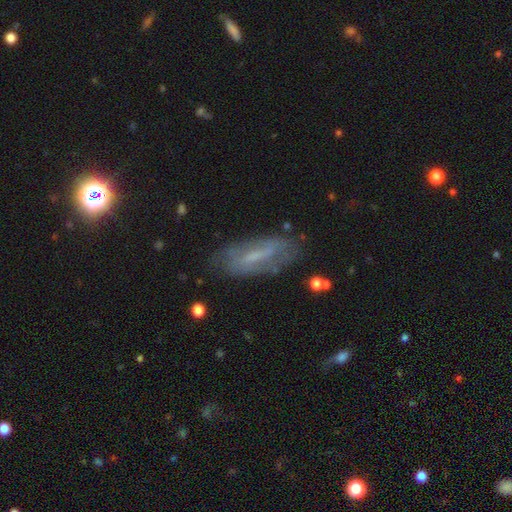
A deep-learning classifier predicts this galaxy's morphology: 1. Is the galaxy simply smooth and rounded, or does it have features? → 52% featured or disk, 37% smooth, 12% star or artifact.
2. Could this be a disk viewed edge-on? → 77% no, 23% yes.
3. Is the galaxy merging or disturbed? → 69% none, 20% minor disturbance, 8% major disturbance, 2% merger.